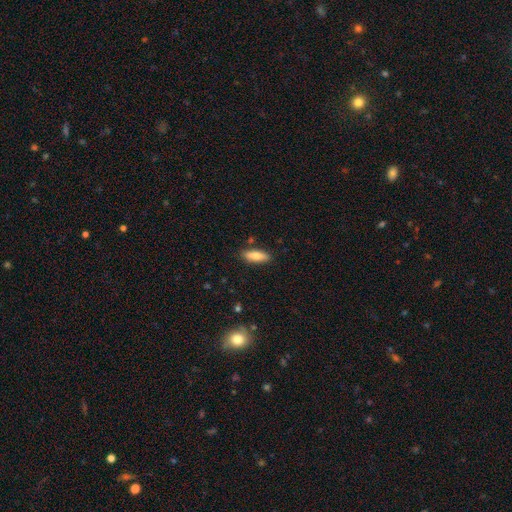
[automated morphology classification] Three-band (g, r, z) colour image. It shows a smooth galaxy with no disk features (77%) that is in between round and cigar-shaped (56%). Merging: none (85%).